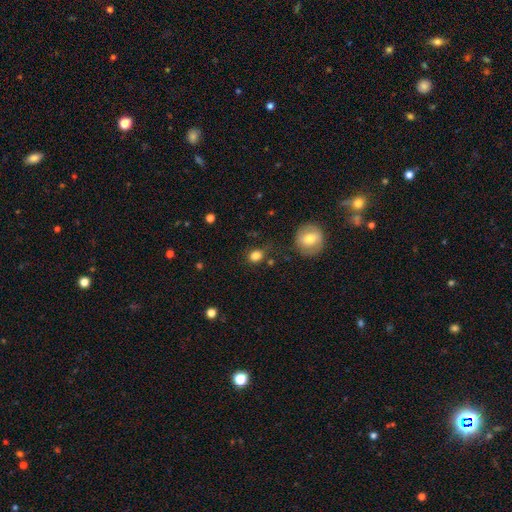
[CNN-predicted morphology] Overall: smooth (82%). How rounded: round (67%; in between 31%). Merging: none (72%).